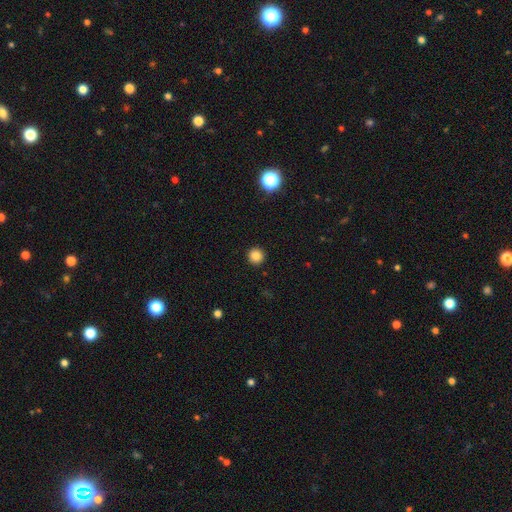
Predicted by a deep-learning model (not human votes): A smooth galaxy with no disk features (84%) that is round (96%). Merging: none (93%).